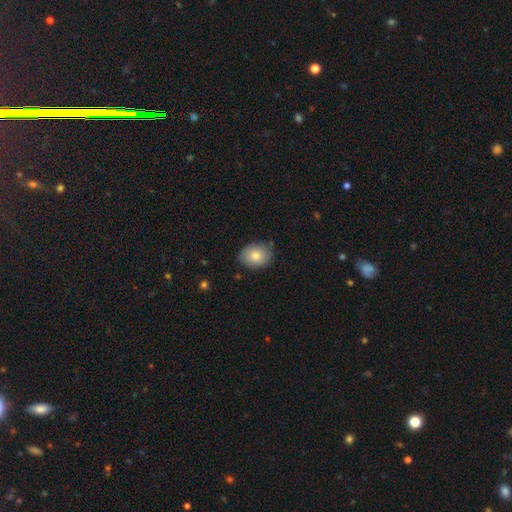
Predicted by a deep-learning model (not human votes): Q: Smooth or featured?
A: smooth (81%); runner-up: featured or disk (11%)
Q: How rounded?
A: in between (62%); runner-up: round (37%)
Q: Merging?
A: none (81%); runner-up: minor disturbance (15%)